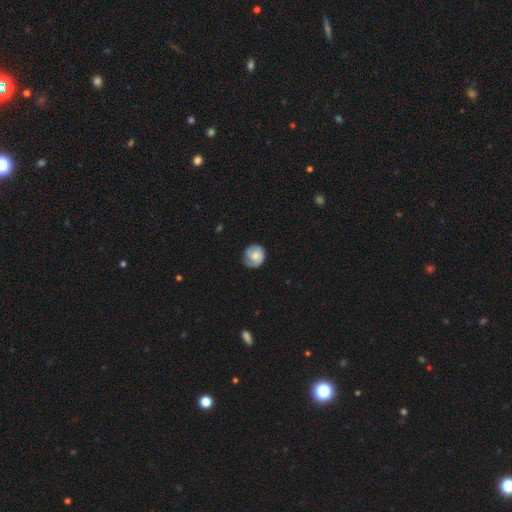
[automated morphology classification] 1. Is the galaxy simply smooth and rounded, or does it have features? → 51% featured or disk, 43% smooth, 6% star or artifact.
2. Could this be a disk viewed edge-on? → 98% no, 2% yes.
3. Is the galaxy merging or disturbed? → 68% none, 22% minor disturbance, 8% major disturbance, 1% merger.